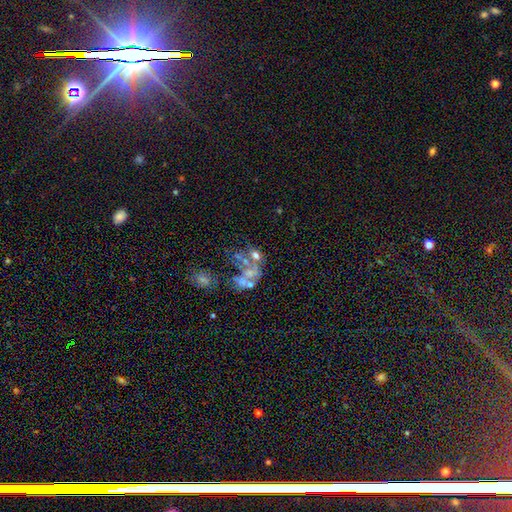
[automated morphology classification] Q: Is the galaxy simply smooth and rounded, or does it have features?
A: featured or disk — 52%.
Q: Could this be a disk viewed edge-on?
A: no — 98%.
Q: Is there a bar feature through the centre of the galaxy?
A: no — 91%.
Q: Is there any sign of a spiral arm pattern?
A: no — 91%.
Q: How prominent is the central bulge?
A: none — 67%.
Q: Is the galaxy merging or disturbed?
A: merger — 43%.